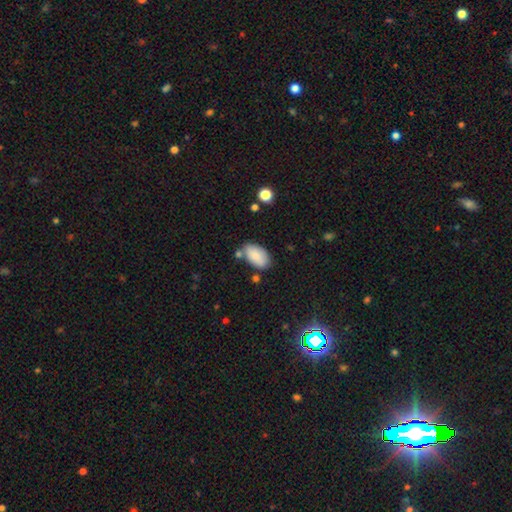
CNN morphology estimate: A smooth galaxy with no disk features (86%) that is in between round and cigar-shaped (95%).

Vote fractions:
- Smooth or featured? smooth: 86% / featured or disk: 7% / star or artifact: 7%
- How rounded? in between: 95% / round: 4% / cigar-shaped: 2%
- Merging? none: 66% / minor disturbance: 19% / merger: 10% / major disturbance: 5%